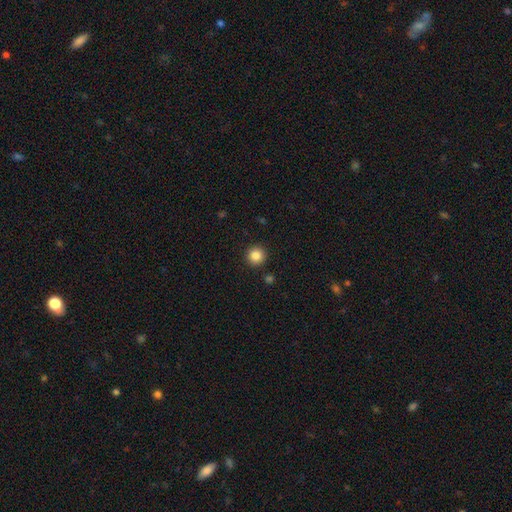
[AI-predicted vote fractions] Overall: smooth (85%). How rounded: round (95%). Merging: none (92%).